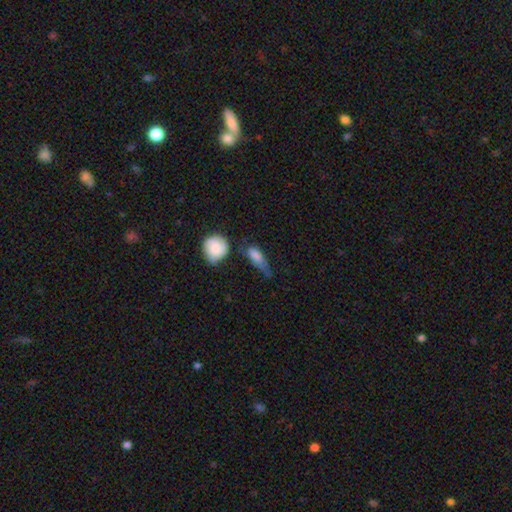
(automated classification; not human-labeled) smooth_or_featured: smooth (p=0.78) [alt: featured or disk p=0.14]
how_rounded: in between (p=0.64) [alt: cigar-shaped p=0.26]
merging: minor disturbance (p=0.39) [alt: none p=0.30]